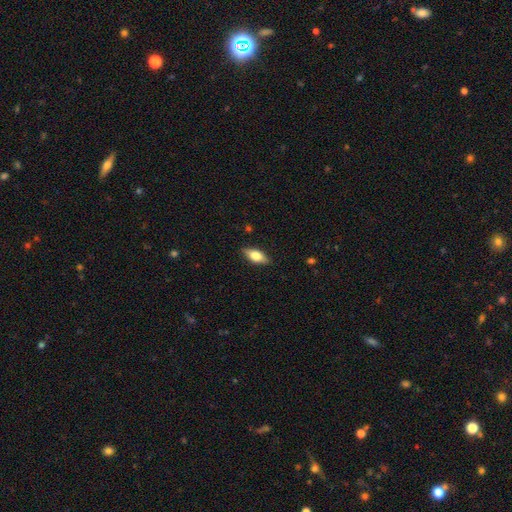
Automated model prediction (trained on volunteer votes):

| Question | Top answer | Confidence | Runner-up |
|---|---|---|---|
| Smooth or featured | smooth | 70% | featured or disk (23%) |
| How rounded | in between | 82% | cigar-shaped (15%) |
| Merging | none | 86% | minor disturbance (11%) |